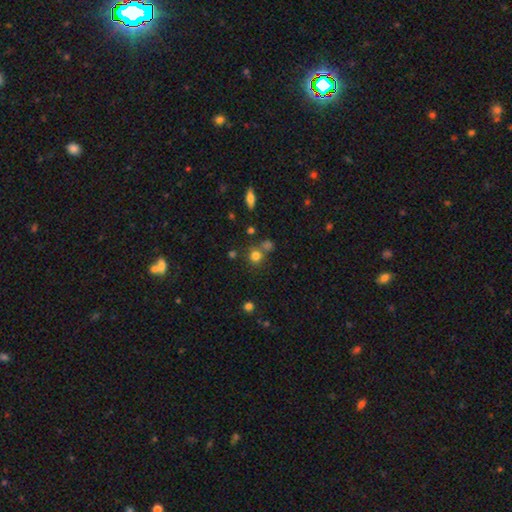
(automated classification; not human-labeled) smooth 76%, star or artifact 16%, featured or disk 8%. Down the decision tree: how rounded — round (89%); merging — none (68%).